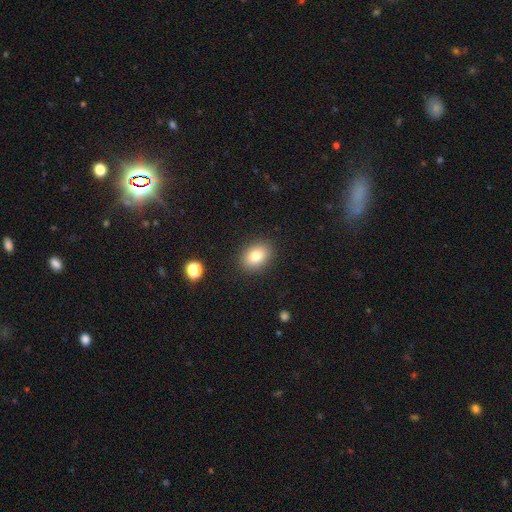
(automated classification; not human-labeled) This appears to be a smooth galaxy with no disk features (80%) that is in between round and cigar-shaped (67%). Merging: none (88%).